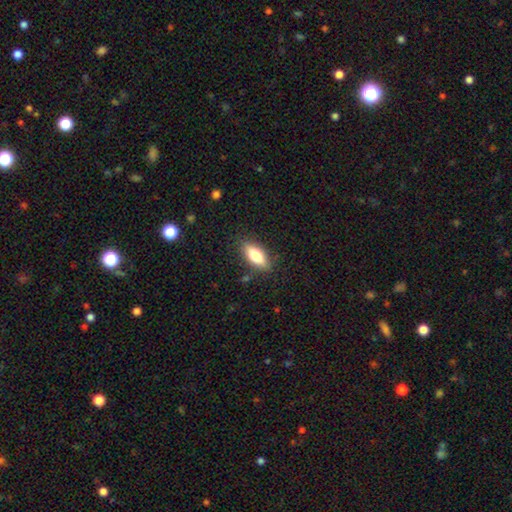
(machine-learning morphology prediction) Smooth or featured: smooth — 74% (featured or disk — 19%)
How rounded: in between — 78% (cigar-shaped — 19%)
Merging: none — 84% (minor disturbance — 12%)